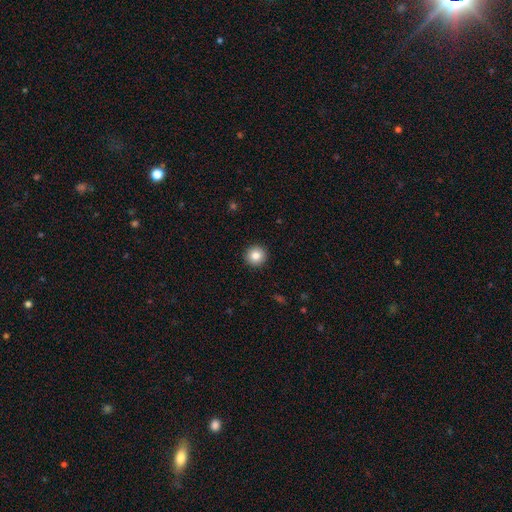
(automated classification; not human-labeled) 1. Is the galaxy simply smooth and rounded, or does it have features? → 84% smooth, 9% star or artifact, 6% featured or disk.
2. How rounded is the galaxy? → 95% round, 4% in between, 1% cigar-shaped.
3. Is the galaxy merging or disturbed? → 93% none, 5% minor disturbance, 2% major disturbance, 1% merger.